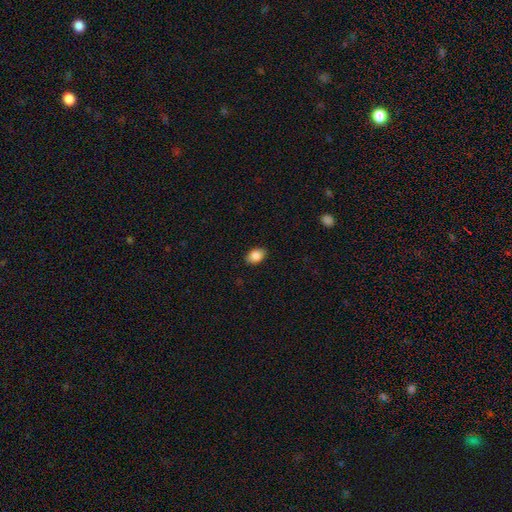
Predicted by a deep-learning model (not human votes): The model was most divided on "how rounded": in between: 84%, round: 15%, cigar-shaped: 1%. More confident: smooth or featured — smooth (88%); merging — none (87%).